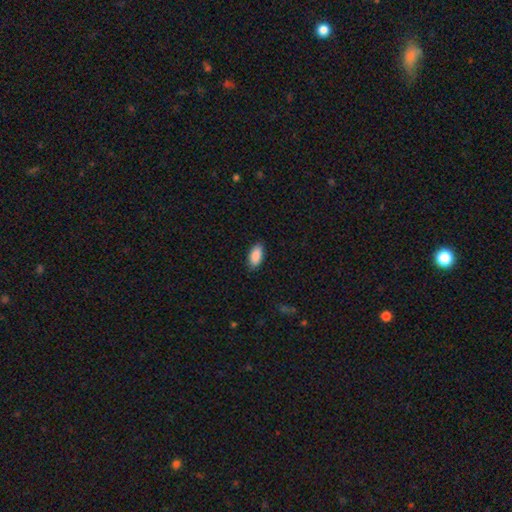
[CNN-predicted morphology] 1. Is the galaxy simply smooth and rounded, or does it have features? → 89% smooth, 6% star or artifact, 4% featured or disk.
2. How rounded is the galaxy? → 91% in between, 7% cigar-shaped, 2% round.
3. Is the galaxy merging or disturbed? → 86% none, 11% minor disturbance, 2% major disturbance, 1% merger.